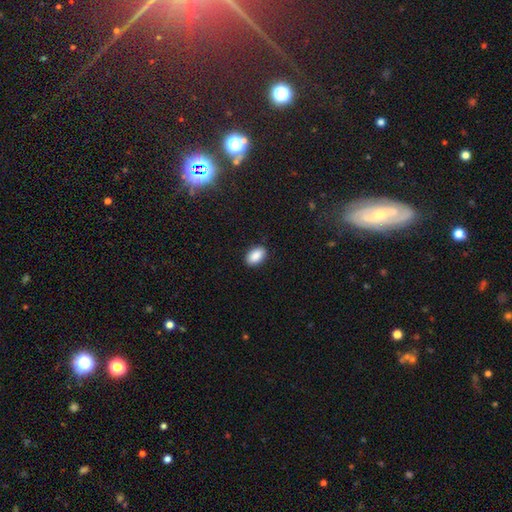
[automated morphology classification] Q: Smooth or featured?
A: smooth (90%); runner-up: star or artifact (7%)
Q: How rounded?
A: in between (92%); runner-up: round (6%)
Q: Merging?
A: none (89%); runner-up: minor disturbance (8%)